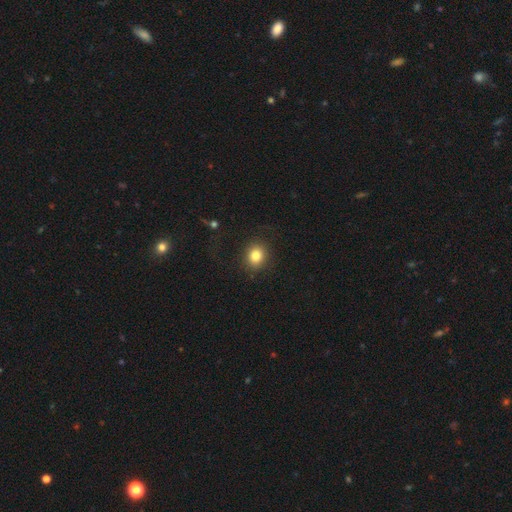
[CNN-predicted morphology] The model was most divided on "how rounded": round: 71%, in between: 28%, cigar-shaped: 1%. More confident: merging — none (86%); smooth or featured — smooth (83%).